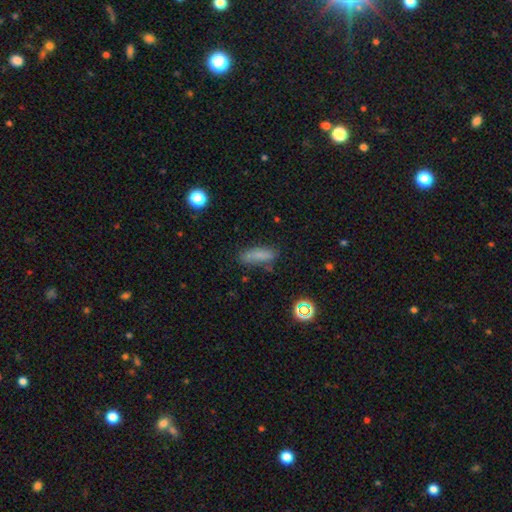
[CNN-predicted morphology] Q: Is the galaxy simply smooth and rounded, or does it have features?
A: smooth — 78%.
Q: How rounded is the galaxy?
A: in between — 51%.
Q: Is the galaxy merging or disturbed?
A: none — 69%.